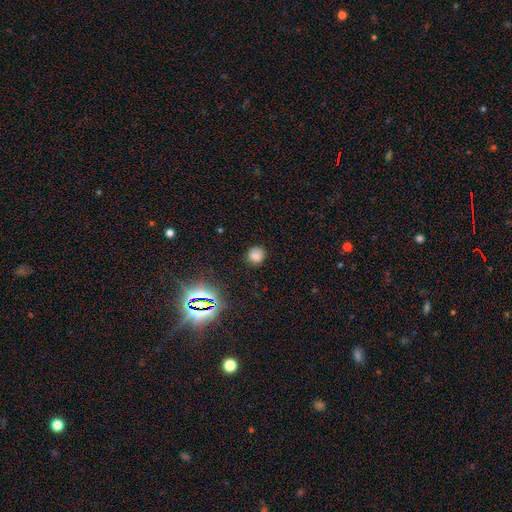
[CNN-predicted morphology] This is likely a smooth galaxy (74%). How rounded: clearly round (83%). Merging: clearly none (81%).